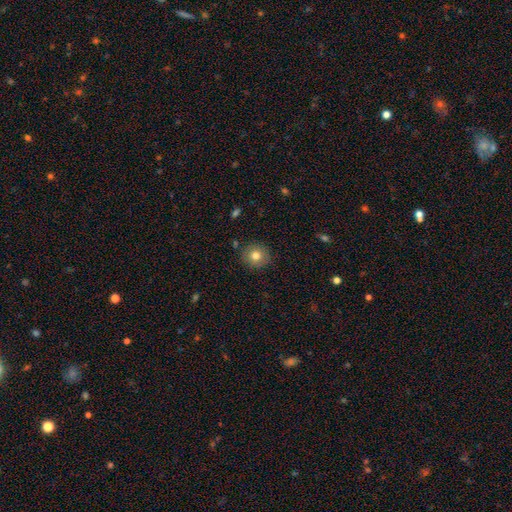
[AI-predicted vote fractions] Overall: smooth (79%). How rounded: round (90%). Merging: none (88%).